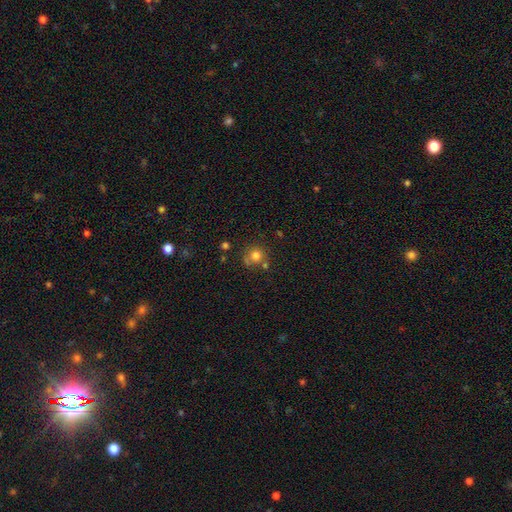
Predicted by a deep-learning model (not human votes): smooth_or_featured: smooth (p=0.77) [alt: star or artifact p=0.13]
how_rounded: round (p=0.88) [alt: in between p=0.11]
merging: none (p=0.61) [alt: merger p=0.18]